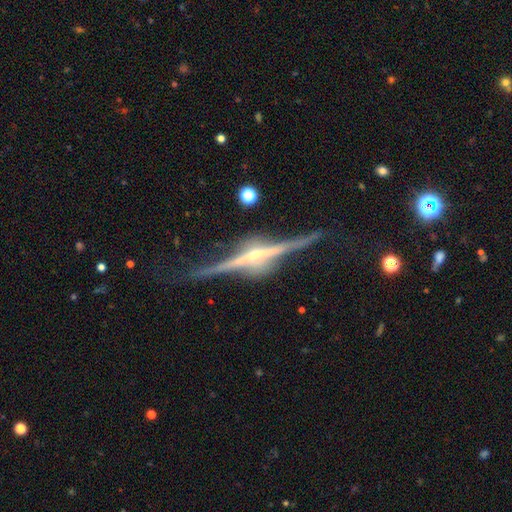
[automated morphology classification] Smooth or featured? featured or disk (89%)
Edge-on disk? yes (98%)
Edge-on bulge? rounded (81%)
Merging? none (82%)